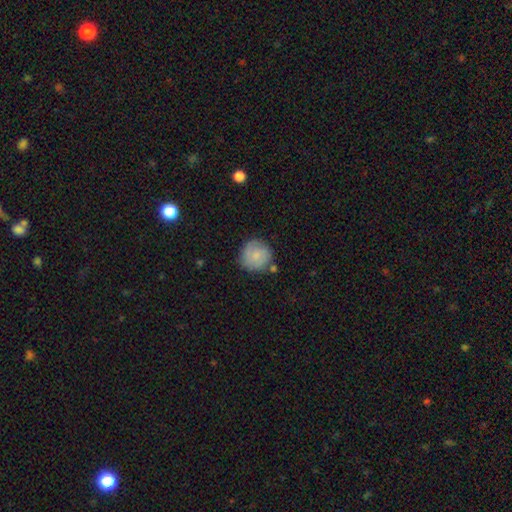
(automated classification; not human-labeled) A smooth galaxy with no disk features (65%) that is round (91%).

Vote fractions:
- Smooth or featured? smooth: 65% / featured or disk: 28% / star or artifact: 7%
- How rounded? round: 91% / in between: 8% / cigar-shaped: 1%
- Merging? none: 74% / minor disturbance: 16% / merger: 5% / major disturbance: 4%